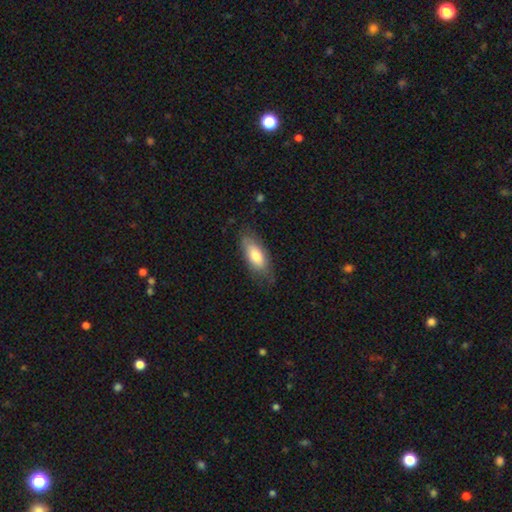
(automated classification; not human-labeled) A smooth galaxy with no disk features (73%) that is in between round and cigar-shaped (79%). Merging: none (70%).